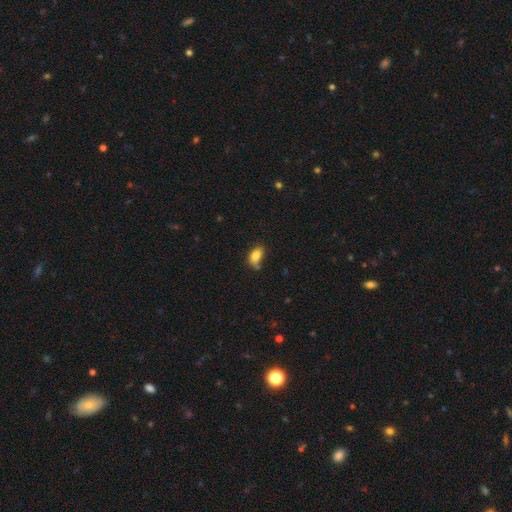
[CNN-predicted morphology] Smooth or featured? Predicted: smooth (p=0.82). How rounded? Predicted: in between (p=0.88). Merging? Predicted: none (p=0.51).